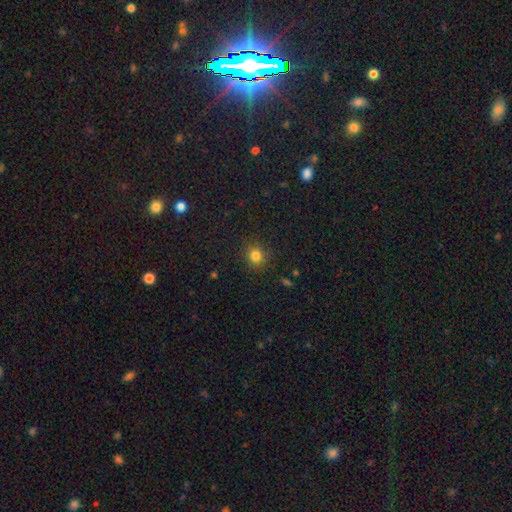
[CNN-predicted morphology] Smooth or featured? smooth (80%)
How rounded? round (86%)
Merging? none (86%)